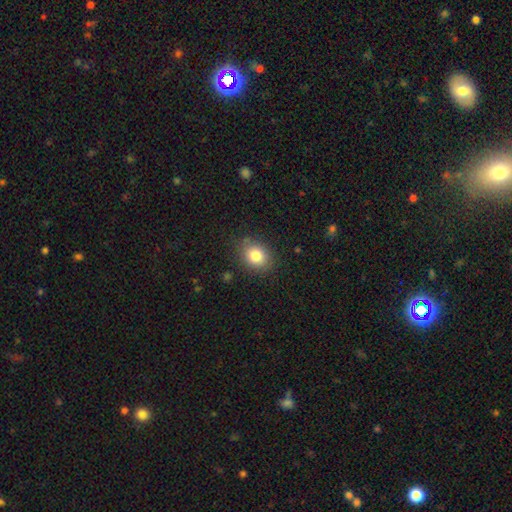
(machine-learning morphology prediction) Smooth or featured? smooth (82%)
How rounded? in between (52%)
Merging? none (81%)